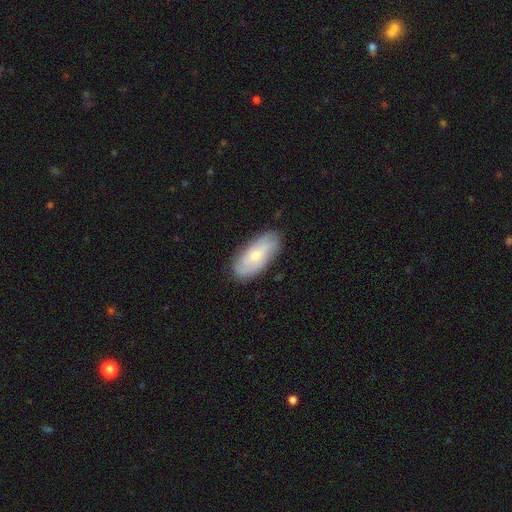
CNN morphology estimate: Smooth or featured? Predicted: featured or disk (p=0.57). Edge-on disk? Predicted: no (p=0.90). Bar? Predicted: no (p=0.70). Spiral arms? Predicted: yes (p=0.84). Bulge size? Predicted: small (p=0.57). Merging? Predicted: none (p=0.82).